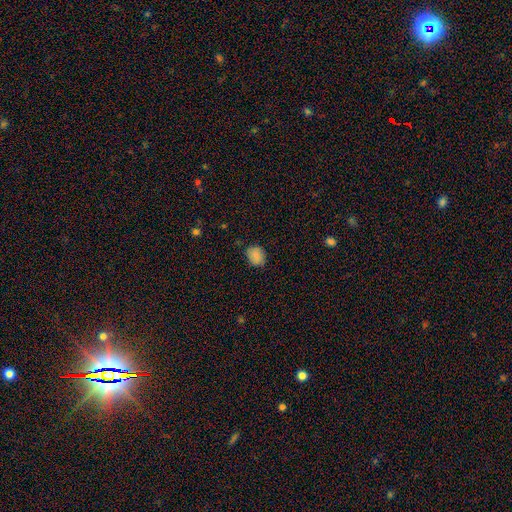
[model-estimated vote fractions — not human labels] A smooth galaxy with no disk features (85%) that is round (55%).

Vote fractions:
- Smooth or featured? smooth: 85% / star or artifact: 9% / featured or disk: 7%
- How rounded? round: 55% / in between: 44% / cigar-shaped: 1%
- Merging? none: 78% / minor disturbance: 18% / major disturbance: 3% / merger: 1%